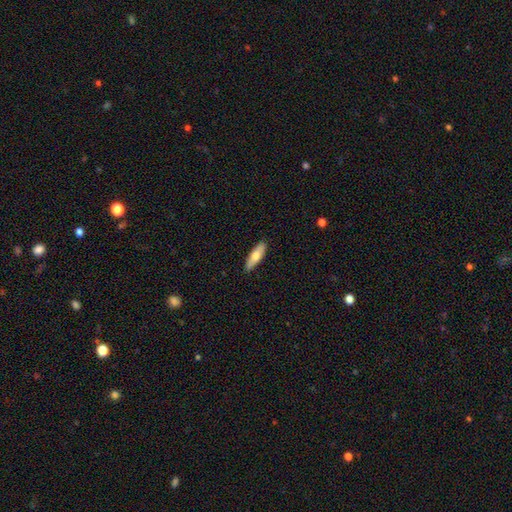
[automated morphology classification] Smooth or featured? smooth (69%)
How rounded? cigar-shaped (50%)
Merging? none (88%)